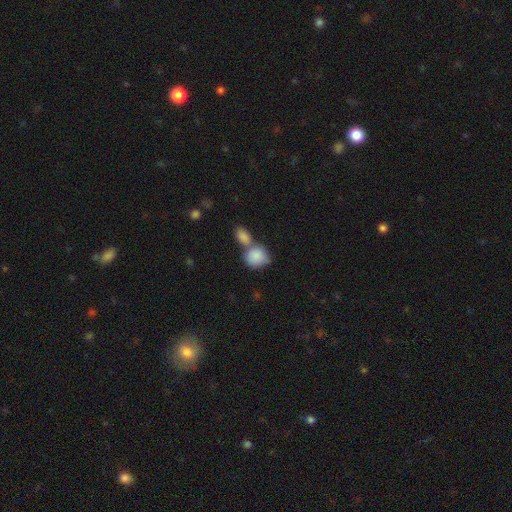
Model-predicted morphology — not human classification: Q: Smooth or featured?
A: smooth (86%); runner-up: featured or disk (8%)
Q: How rounded?
A: round (56%); runner-up: in between (43%)
Q: Merging?
A: merger (58%); runner-up: none (28%)